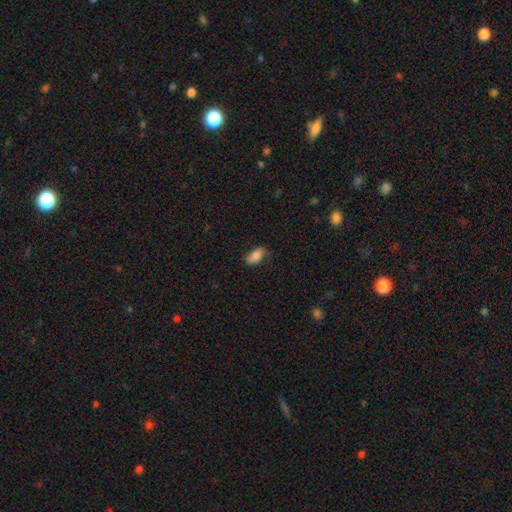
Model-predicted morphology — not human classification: type=smooth (74%); roundness=in between (91%); merging=none (67%).